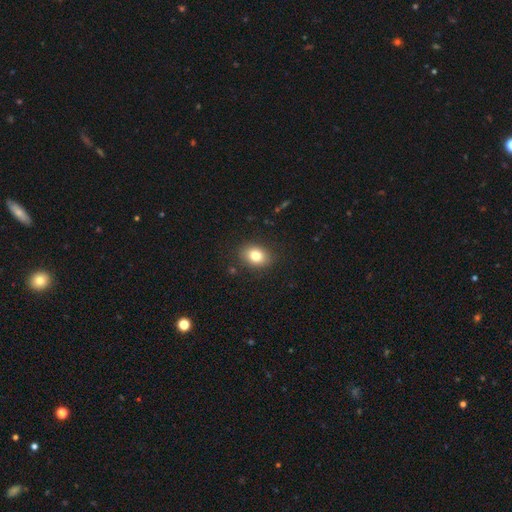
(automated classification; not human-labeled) The model was most divided on "how rounded": in between: 64%, round: 35%, cigar-shaped: 1%. More confident: merging — none (86%); smooth or featured — smooth (81%).